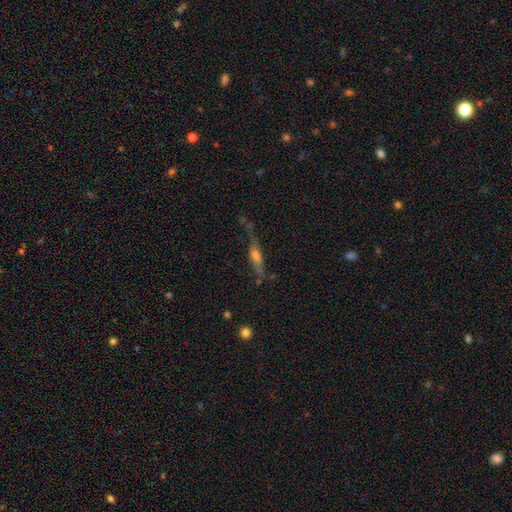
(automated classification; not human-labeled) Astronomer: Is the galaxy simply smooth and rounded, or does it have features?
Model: featured or disk — 56% (runner-up: smooth, 32%).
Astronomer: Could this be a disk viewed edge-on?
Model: yes — 78%.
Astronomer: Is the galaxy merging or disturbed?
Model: none — 51%.